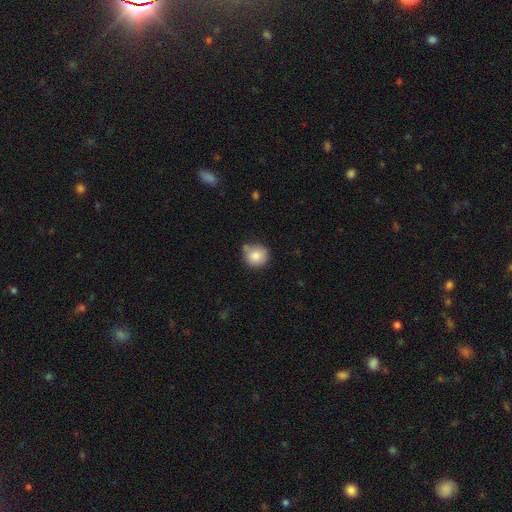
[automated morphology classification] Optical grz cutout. It shows a smooth galaxy with no disk features (82%) that is round (91%). Merging: none (67%).